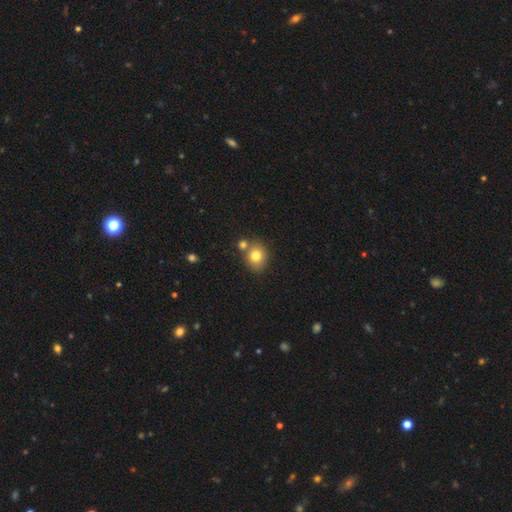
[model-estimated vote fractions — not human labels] smooth_or_featured: smooth (p=0.80) [alt: star or artifact p=0.10]
how_rounded: round (p=0.71) [alt: in between p=0.29]
merging: none (p=0.63) [alt: merger p=0.24]